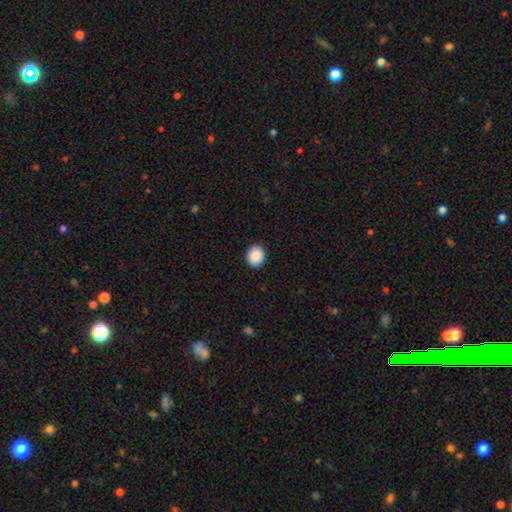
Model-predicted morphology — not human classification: smooth 90%, star or artifact 7%, featured or disk 3%. Down the decision tree: how rounded — round (67%); merging — none (91%).